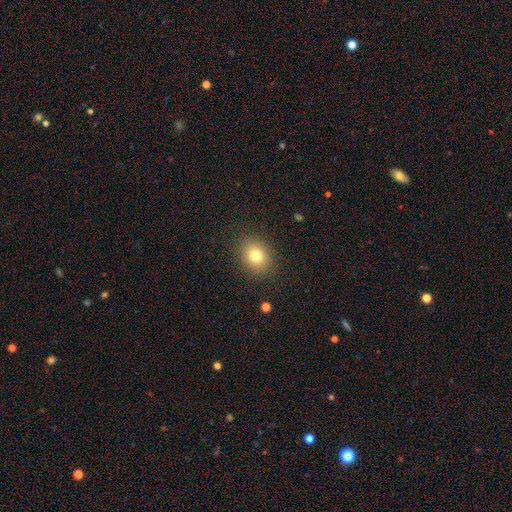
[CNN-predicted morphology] Smooth or featured?
  - smooth: 79% *
  - star or artifact: 11%
  - featured or disk: 10%
How rounded?
  - round: 53% *
  - in between: 46%
  - cigar-shaped: 1%
Merging?
  - none: 86% *
  - minor disturbance: 9%
  - major disturbance: 3%
  - merger: 1%